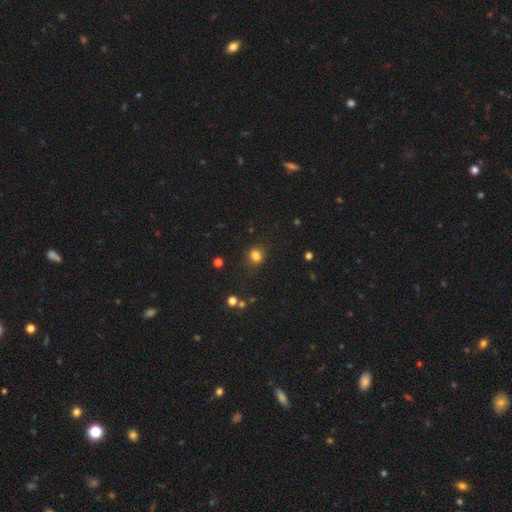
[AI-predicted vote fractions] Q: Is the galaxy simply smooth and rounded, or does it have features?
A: smooth — 81%.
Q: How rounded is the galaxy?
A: round — 65%.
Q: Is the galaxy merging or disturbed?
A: none — 81%.